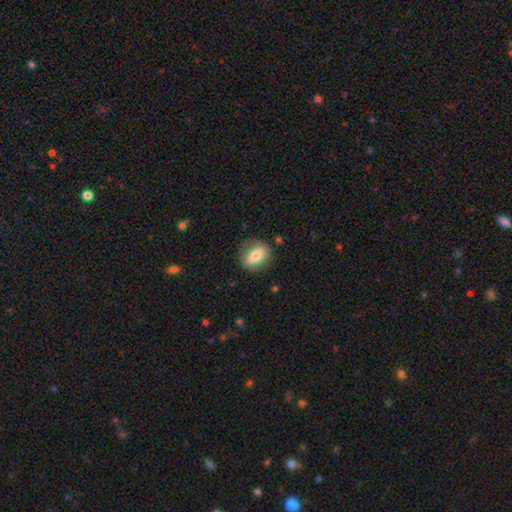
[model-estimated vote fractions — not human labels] Smooth or featured? Predicted: smooth (p=0.70). How rounded? Predicted: in between (p=0.66). Merging? Predicted: none (p=0.76).